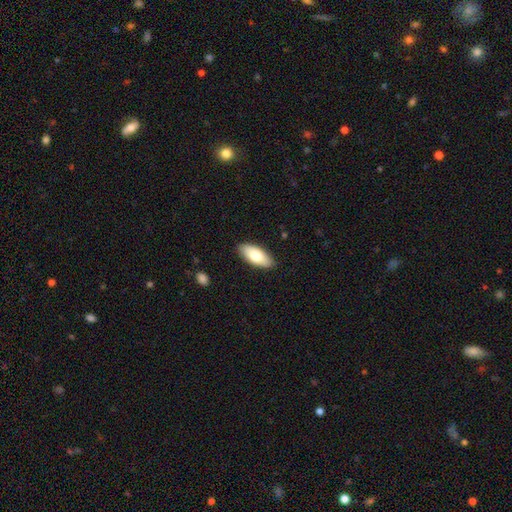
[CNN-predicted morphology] Smooth or featured? Predicted: smooth (p=0.74). How rounded? Predicted: in between (p=0.87). Merging? Predicted: none (p=0.88).